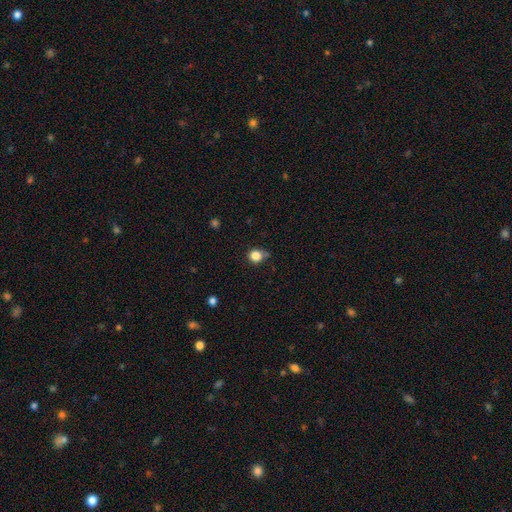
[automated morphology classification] Smooth or featured? smooth (84%)
How rounded? round (85%)
Merging? none (69%)